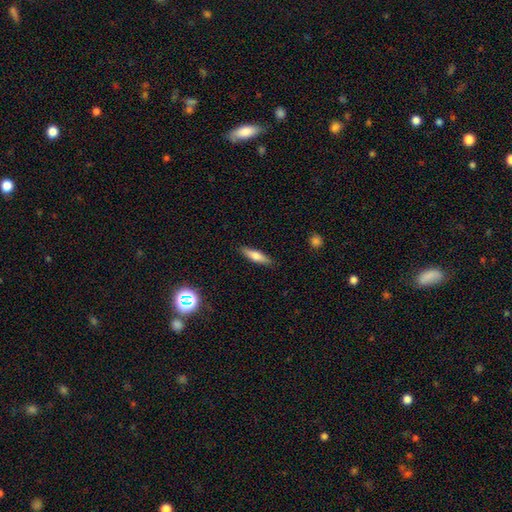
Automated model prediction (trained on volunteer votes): Smooth or featured? smooth (69%)
How rounded? cigar-shaped (65%)
Merging? none (88%)